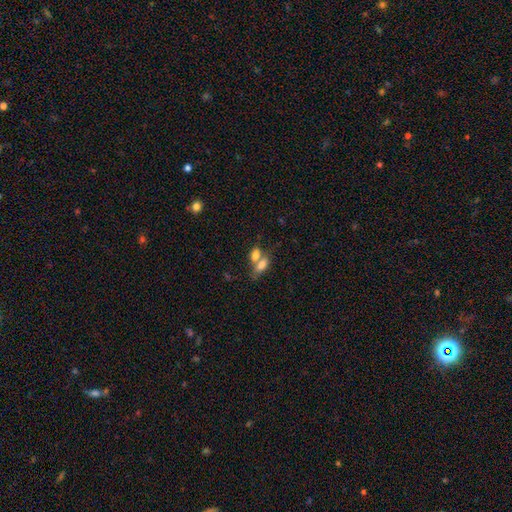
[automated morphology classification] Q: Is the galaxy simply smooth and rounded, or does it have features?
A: smooth — 77%.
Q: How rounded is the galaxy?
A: in between — 83%.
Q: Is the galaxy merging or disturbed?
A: merger — 61%.